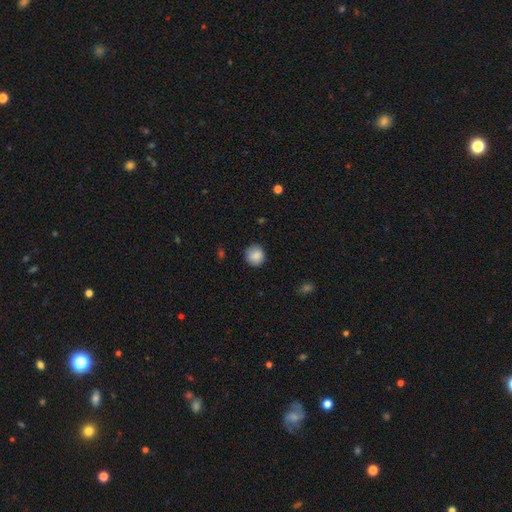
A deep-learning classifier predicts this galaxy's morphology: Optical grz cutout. It shows a smooth galaxy with no disk features (87%) that is round (90%). Merging: none (86%).